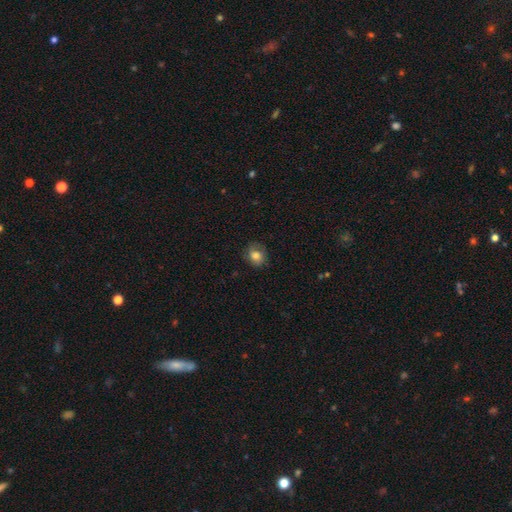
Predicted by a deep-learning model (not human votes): Smooth or featured: smooth — 79% (featured or disk — 11%)
How rounded: round — 69% (in between — 31%)
Merging: none — 77% (minor disturbance — 18%)